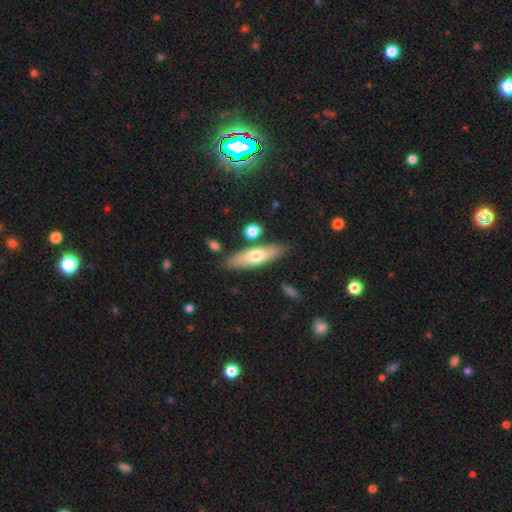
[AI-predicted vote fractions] Smooth or featured? Predicted: smooth (p=0.63). How rounded? Predicted: cigar-shaped (p=0.57). Merging? Predicted: none (p=0.80).